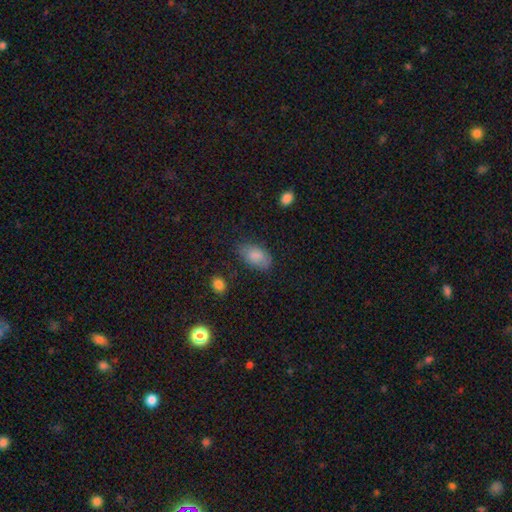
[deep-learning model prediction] Smooth or featured: smooth — 84% (featured or disk — 8%)
How rounded: in between — 93% (round — 6%)
Merging: none — 71% (minor disturbance — 21%)